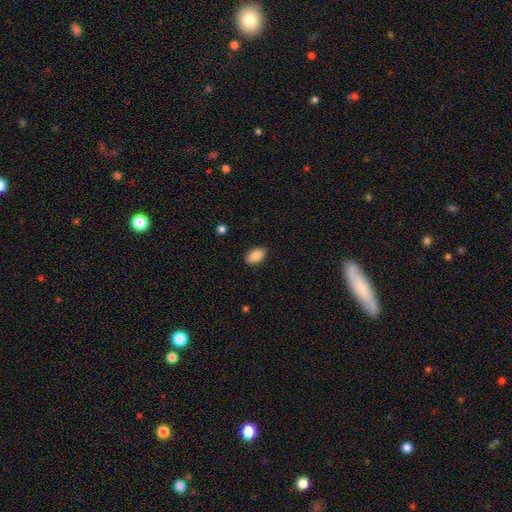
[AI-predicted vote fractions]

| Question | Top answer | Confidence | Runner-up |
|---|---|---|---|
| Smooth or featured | smooth | 89% | star or artifact (7%) |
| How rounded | in between | 92% | round (7%) |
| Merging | none | 87% | minor disturbance (10%) |